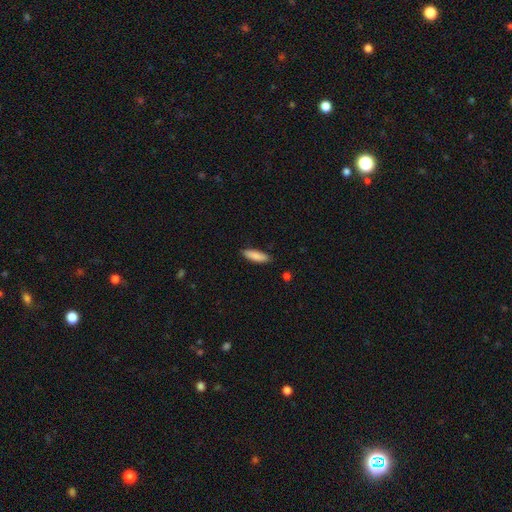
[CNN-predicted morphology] Overall: smooth (86%). How rounded: cigar-shaped (54%; in between 45%). Merging: none (87%).